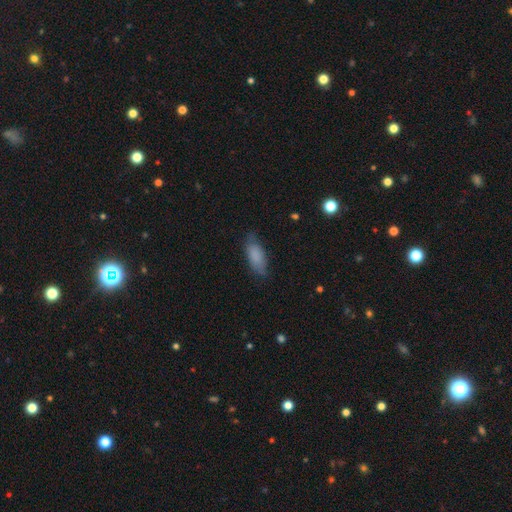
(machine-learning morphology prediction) smooth_or_featured: smooth (p=0.84) [alt: featured or disk p=0.10]
how_rounded: in between (p=0.80) [alt: cigar-shaped p=0.18]
merging: none (p=0.74) [alt: minor disturbance p=0.20]